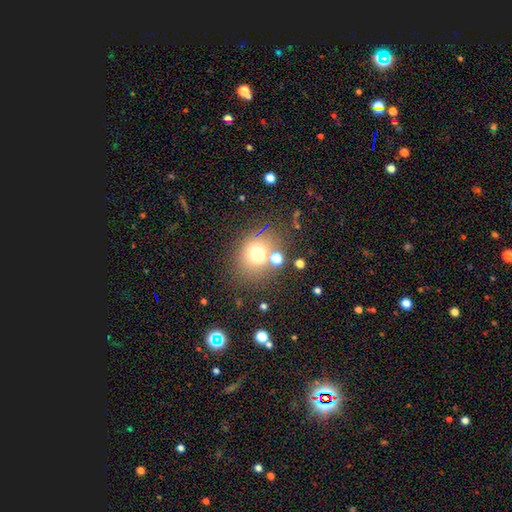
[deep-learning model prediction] Morphology: type=smooth (66%); roundness=round (70%); merging=none (66%).